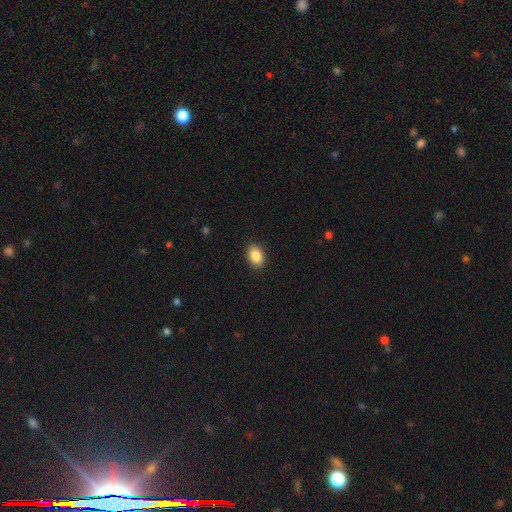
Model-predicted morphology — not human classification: smooth_or_featured: smooth (p=0.88) [alt: star or artifact p=0.08]
how_rounded: in between (p=0.82) [alt: round p=0.16]
merging: none (p=0.90) [alt: minor disturbance p=0.07]